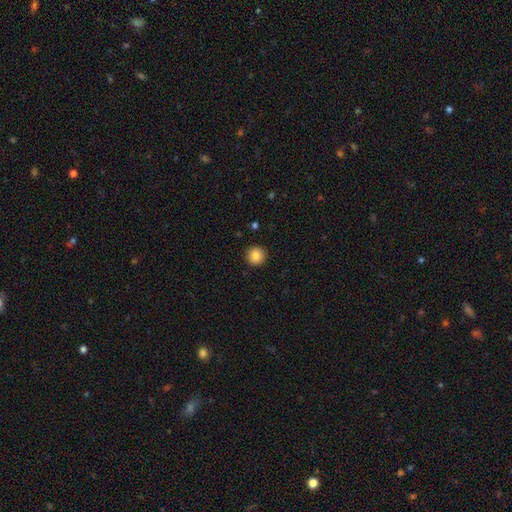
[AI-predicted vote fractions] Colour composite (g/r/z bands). It shows a smooth galaxy with no disk features (86%) that is round (94%). Merging: none (92%).